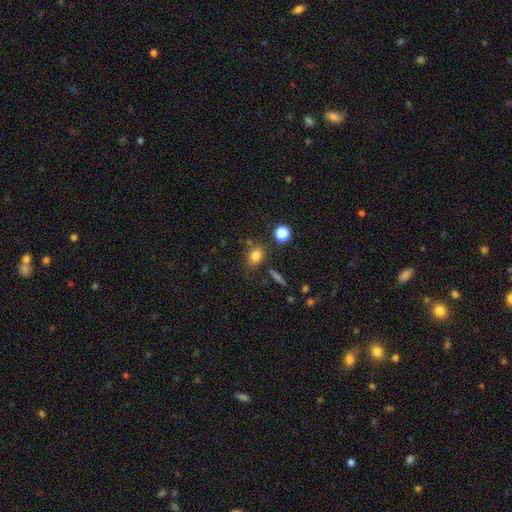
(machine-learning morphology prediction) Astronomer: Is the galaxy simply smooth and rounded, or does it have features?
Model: smooth — 80%.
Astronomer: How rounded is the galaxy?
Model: round — 52% (runner-up: in between, 46%).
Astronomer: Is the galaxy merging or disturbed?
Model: none — 75%.